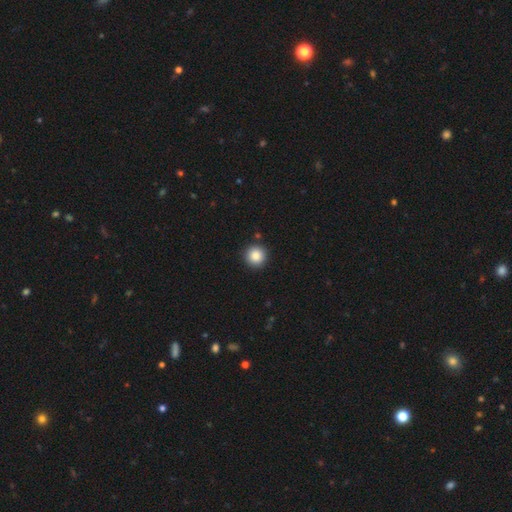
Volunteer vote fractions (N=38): Smooth or featured? smooth (95%)
How rounded? round (97%)
Merging? none (92%)